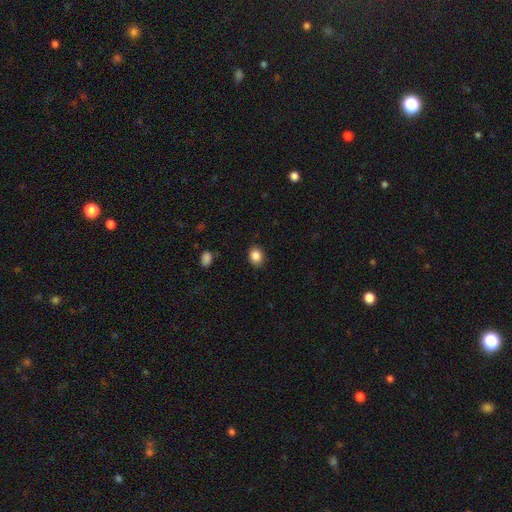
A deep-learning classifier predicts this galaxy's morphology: A smooth galaxy with no disk features (86%) that is in between round and cigar-shaped (50%).

Vote fractions:
- Smooth or featured? smooth: 86% / star or artifact: 9% / featured or disk: 4%
- How rounded? in between: 50% / round: 49% / cigar-shaped: 1%
- Merging? none: 87% / minor disturbance: 9% / major disturbance: 2% / merger: 1%